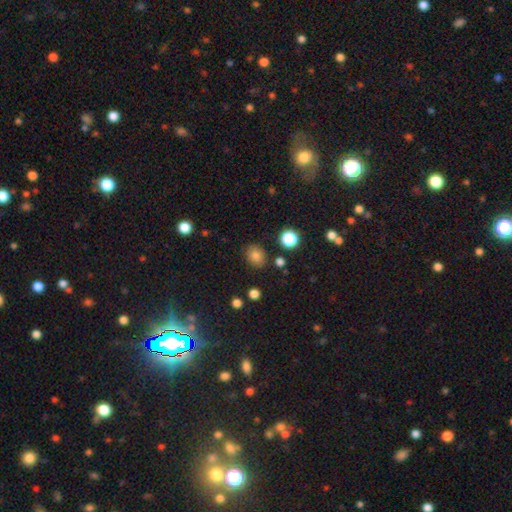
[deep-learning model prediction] A smooth galaxy with no disk features (81%) that is round (57%).

Vote fractions:
- Smooth or featured? smooth: 81% / star or artifact: 13% / featured or disk: 6%
- How rounded? round: 57% / in between: 42% / cigar-shaped: 1%
- Merging? none: 84% / minor disturbance: 10% / major disturbance: 3% / merger: 3%